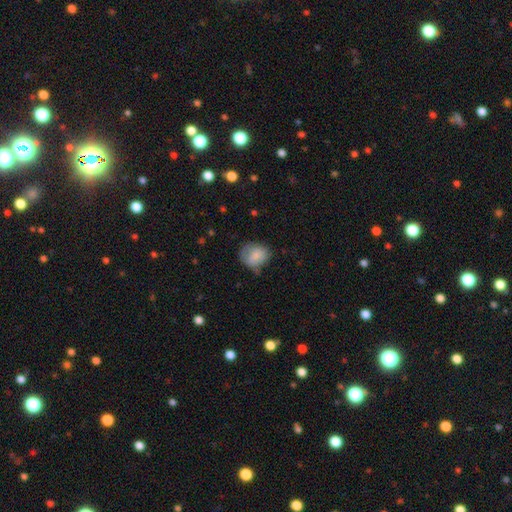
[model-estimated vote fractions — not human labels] The model was most divided on "how rounded": round: 58%, in between: 41%, cigar-shaped: 1%. More confident: smooth or featured — smooth (79%); merging — none (52%).